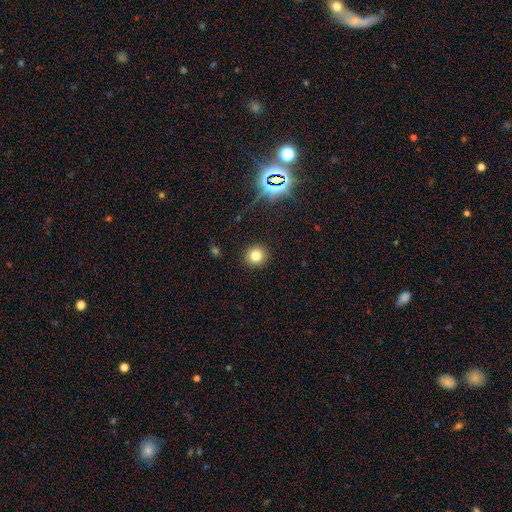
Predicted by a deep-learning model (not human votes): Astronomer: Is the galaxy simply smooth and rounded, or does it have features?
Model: smooth — 79%.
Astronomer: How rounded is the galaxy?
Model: round — 91%.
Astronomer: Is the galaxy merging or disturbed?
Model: none — 91%.